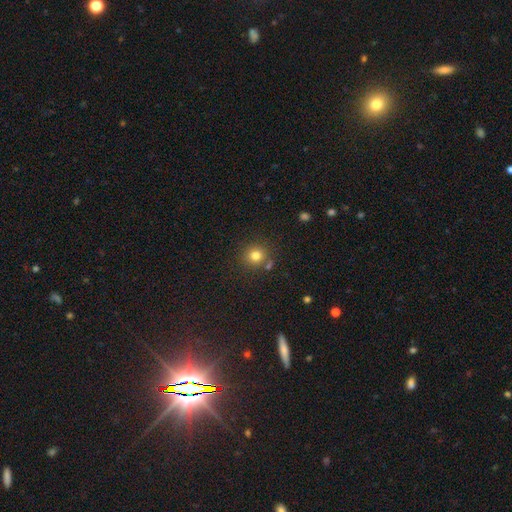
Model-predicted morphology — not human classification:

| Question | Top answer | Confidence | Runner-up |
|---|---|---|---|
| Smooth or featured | smooth | 80% | star or artifact (13%) |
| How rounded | round | 91% | in between (8%) |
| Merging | none | 79% | minor disturbance (9%) |